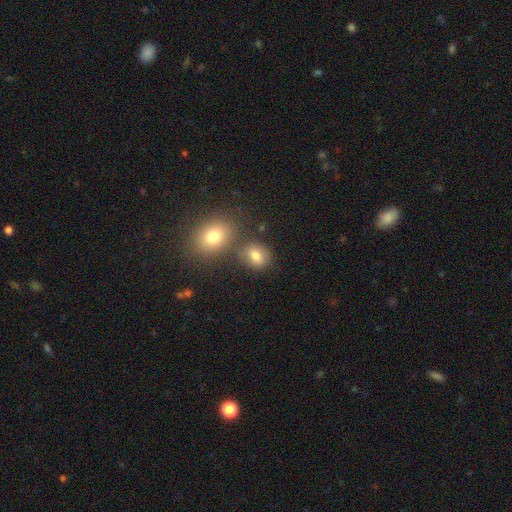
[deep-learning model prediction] smooth-or-featured: smooth: 77% | star or artifact: 13% | featured or disk: 10%
  how-rounded: in between: 52% | round: 47% | cigar-shaped: 1%
  merging: none: 69% | merger: 16% | minor disturbance: 12% | major disturbance: 4%